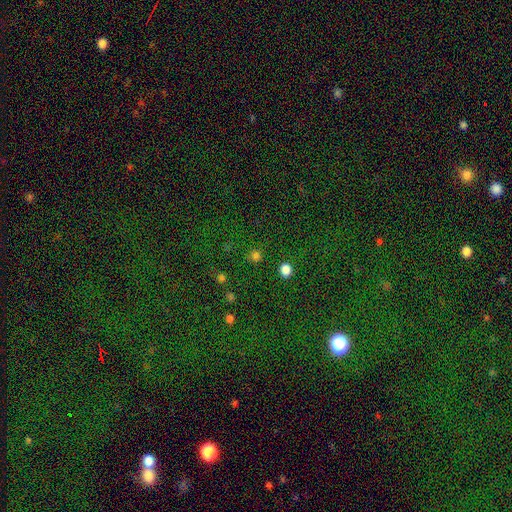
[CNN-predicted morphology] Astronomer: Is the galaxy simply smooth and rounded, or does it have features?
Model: smooth — 61%.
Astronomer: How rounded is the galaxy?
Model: round — 85%.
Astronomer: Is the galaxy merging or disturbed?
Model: none — 86%.